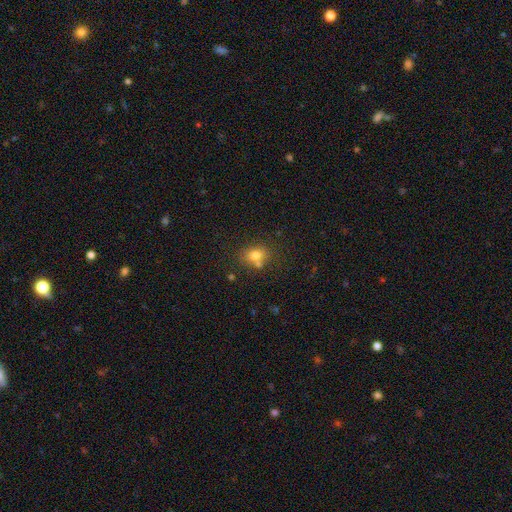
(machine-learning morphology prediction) Smooth or featured? Predicted: smooth (p=0.75). How rounded? Predicted: in between (p=0.52). Merging? Predicted: none (p=0.59).